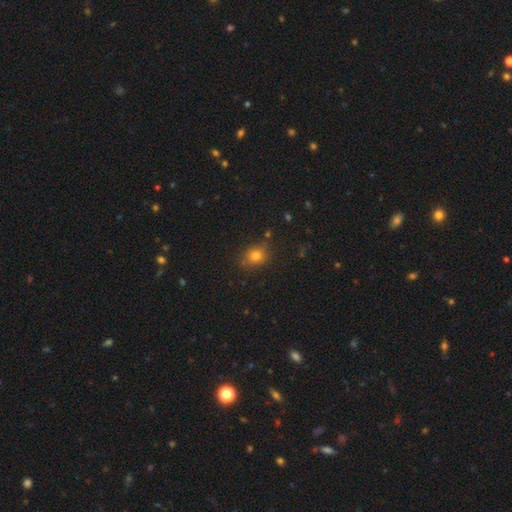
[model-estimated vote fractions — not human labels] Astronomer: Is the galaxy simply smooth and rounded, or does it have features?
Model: smooth — 78%.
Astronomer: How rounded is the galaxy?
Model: round — 56% (runner-up: in between, 43%).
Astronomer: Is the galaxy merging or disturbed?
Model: none — 81%.